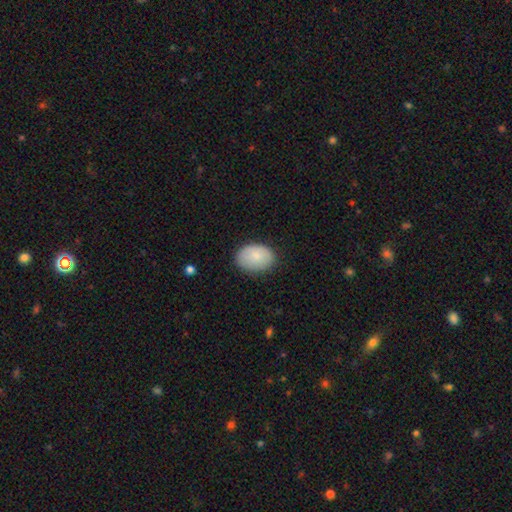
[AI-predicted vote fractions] Q: Smooth or featured?
A: smooth (84%); runner-up: featured or disk (10%)
Q: How rounded?
A: in between (82%); runner-up: round (17%)
Q: Merging?
A: none (83%); runner-up: minor disturbance (14%)